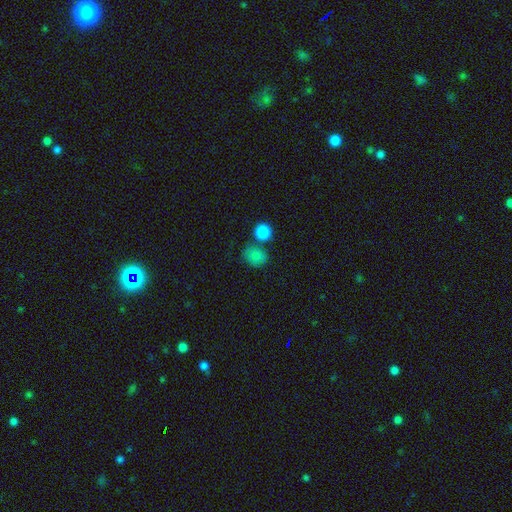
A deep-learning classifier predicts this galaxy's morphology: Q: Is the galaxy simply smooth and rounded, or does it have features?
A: smooth — 83%.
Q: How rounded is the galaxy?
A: round — 65%.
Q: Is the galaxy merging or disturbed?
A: none — 64%.